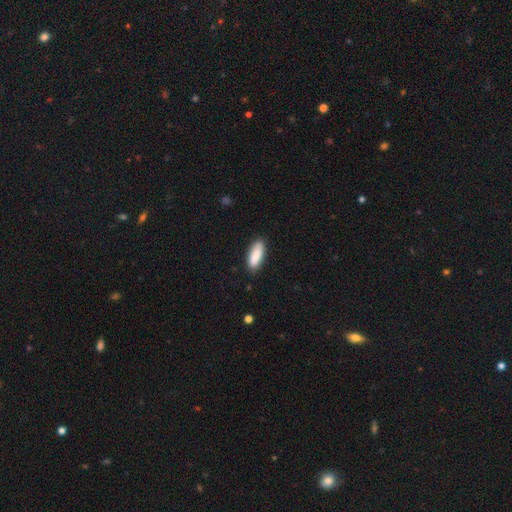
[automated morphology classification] Smooth or featured? smooth (88%)
How rounded? in between (72%)
Merging? none (87%)